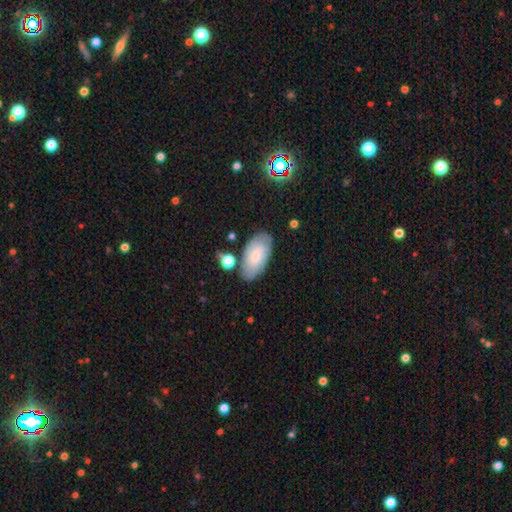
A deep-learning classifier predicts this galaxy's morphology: Smooth or featured? smooth (63%)
How rounded? in between (94%)
Merging? none (72%)